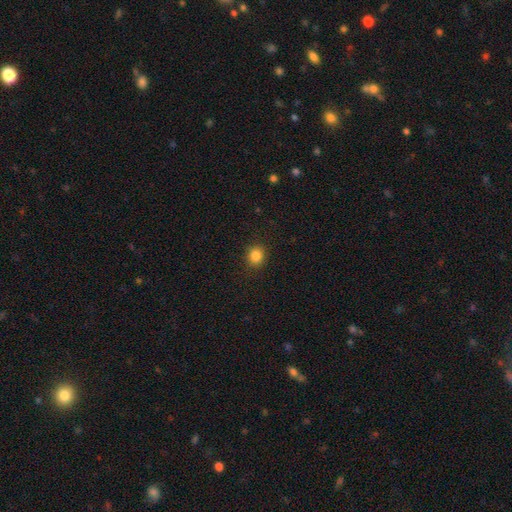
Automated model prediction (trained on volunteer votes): Morphology: type=smooth (85%); roundness=round (80%); merging=none (89%).